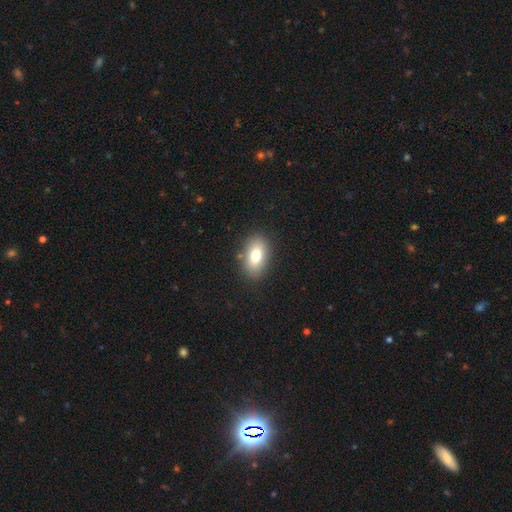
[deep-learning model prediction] Smooth or featured? smooth (78%)
How rounded? in between (89%)
Merging? none (86%)